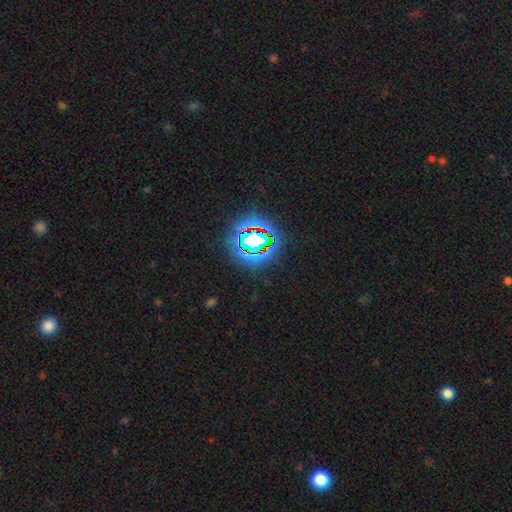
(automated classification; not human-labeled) A star or artifact, not a galaxy (81%).